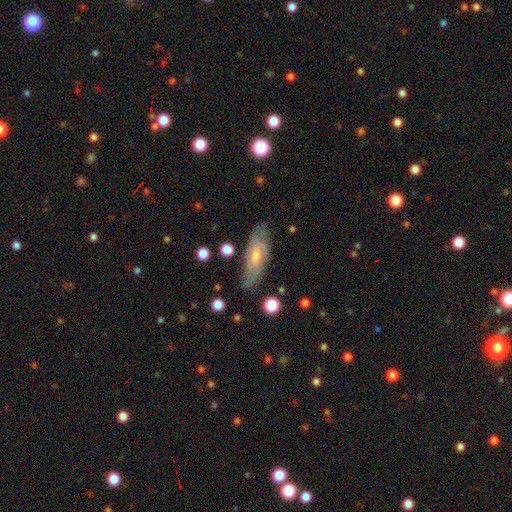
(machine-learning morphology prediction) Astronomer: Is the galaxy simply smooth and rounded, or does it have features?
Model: featured or disk — 58% (runner-up: smooth, 35%).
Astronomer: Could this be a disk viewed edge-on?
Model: no — 76%.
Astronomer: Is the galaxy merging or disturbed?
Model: none — 77%.